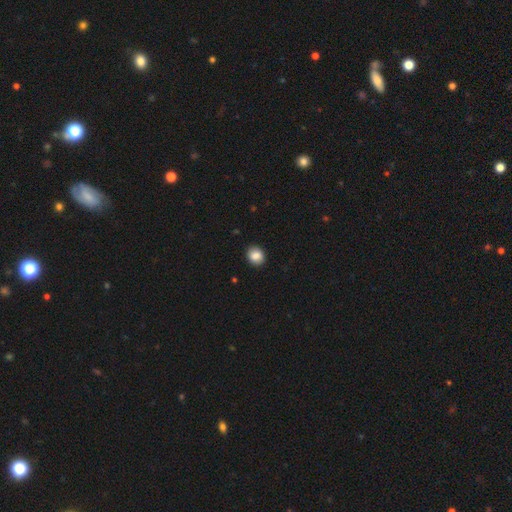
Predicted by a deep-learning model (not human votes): A smooth galaxy with no disk features (87%) that is round (71%).

Vote fractions:
- Smooth or featured? smooth: 87% / star or artifact: 9% / featured or disk: 5%
- How rounded? round: 71% / in between: 28% / cigar-shaped: 1%
- Merging? none: 90% / minor disturbance: 7% / major disturbance: 2% / merger: 1%